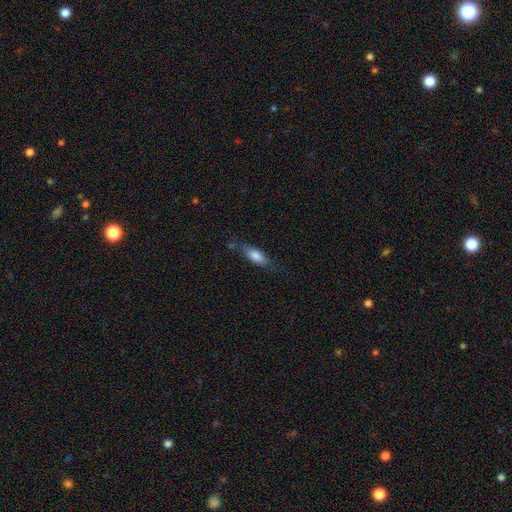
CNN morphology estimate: smooth_or_featured: smooth (p=0.73) [alt: featured or disk p=0.20]
how_rounded: in between (p=0.65) [alt: cigar-shaped p=0.33]
merging: none (p=0.66) [alt: minor disturbance p=0.23]